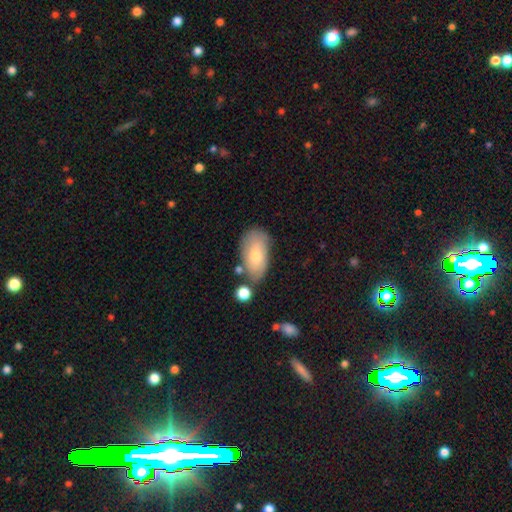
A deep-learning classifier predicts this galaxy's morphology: This appears to be a smooth galaxy with no disk features (68%) that is in between round and cigar-shaped (92%). Merging: none (66%).